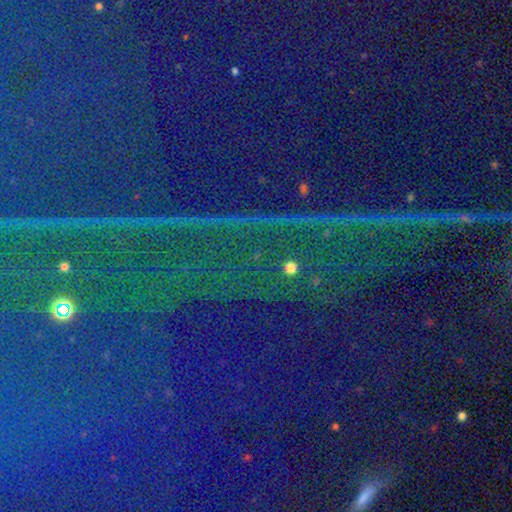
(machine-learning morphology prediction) Smooth or featured? Predicted: star or artifact (p=0.86).